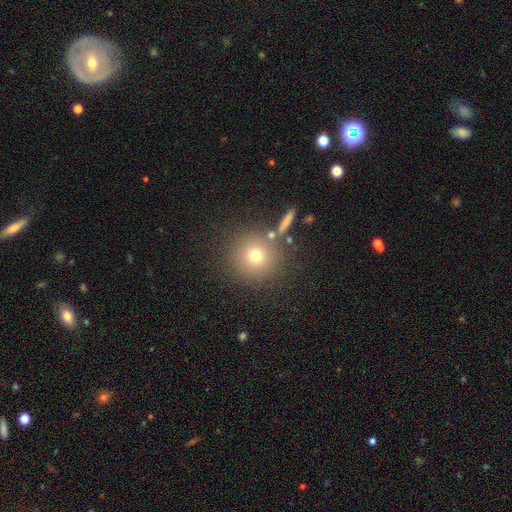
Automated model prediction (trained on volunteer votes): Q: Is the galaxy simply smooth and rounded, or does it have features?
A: smooth — 72%.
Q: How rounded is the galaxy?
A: round — 95%.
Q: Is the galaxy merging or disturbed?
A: none — 81%.